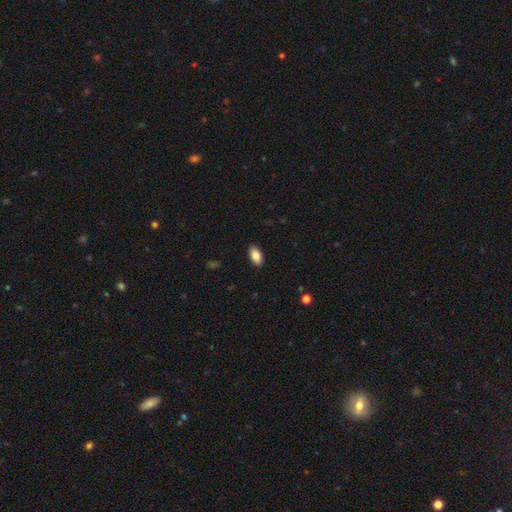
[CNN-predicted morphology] smooth-or-featured: smooth: 86% | featured or disk: 7% | star or artifact: 7%
  how-rounded: in between: 94% | round: 4% | cigar-shaped: 3%
  merging: none: 90% | minor disturbance: 8% | major disturbance: 2% | merger: 1%